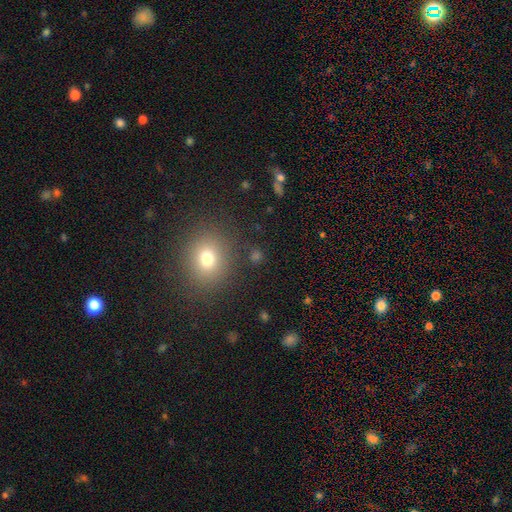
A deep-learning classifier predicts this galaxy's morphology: This appears to be a smooth galaxy with no disk features (66%) that is round (77%). Merging: none (85%).